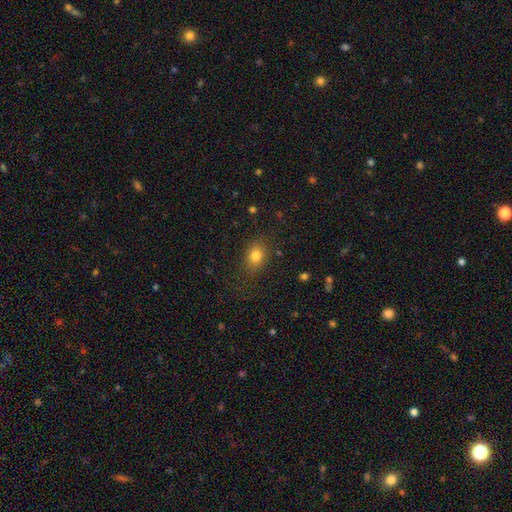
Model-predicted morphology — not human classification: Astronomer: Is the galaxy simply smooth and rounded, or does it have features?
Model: smooth — 81%.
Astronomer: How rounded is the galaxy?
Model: in between — 56% (runner-up: round, 43%).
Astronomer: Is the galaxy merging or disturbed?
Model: none — 81%.